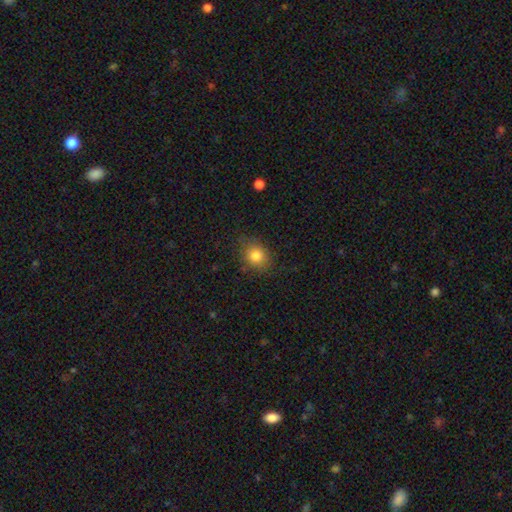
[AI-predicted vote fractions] Overall: smooth (81%). How rounded: round (63%; in between 36%). Merging: none (79%).